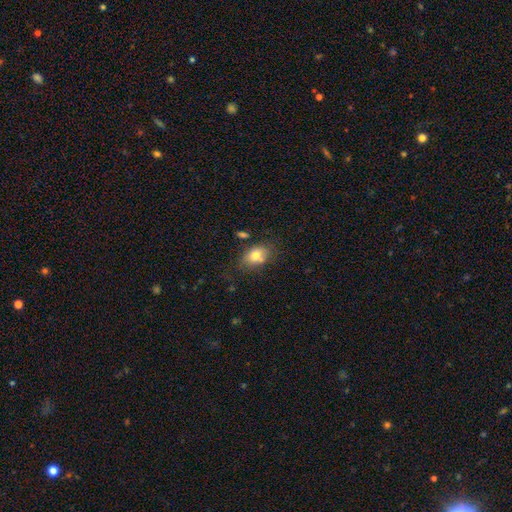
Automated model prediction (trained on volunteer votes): Smooth or featured? smooth (75%)
How rounded? in between (80%)
Merging? none (63%)